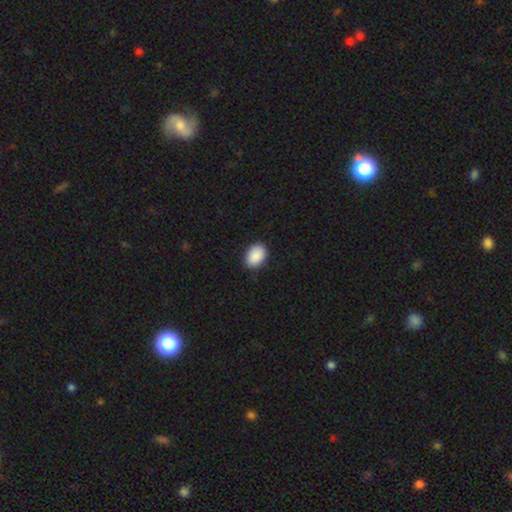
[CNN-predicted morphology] smooth-or-featured: smooth: 90% | star or artifact: 7% | featured or disk: 3%
  how-rounded: in between: 76% | round: 23% | cigar-shaped: 1%
  merging: none: 87% | minor disturbance: 10% | major disturbance: 2% | merger: 1%